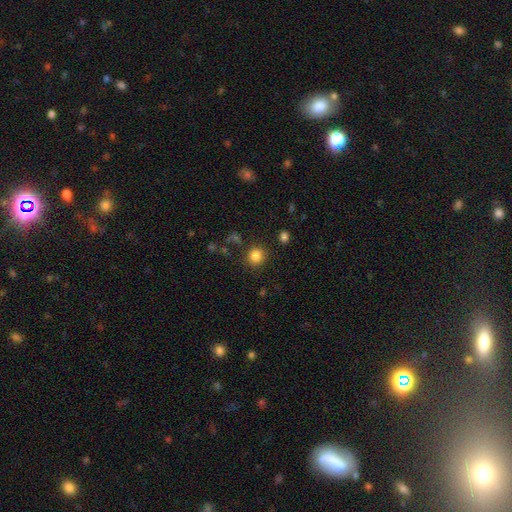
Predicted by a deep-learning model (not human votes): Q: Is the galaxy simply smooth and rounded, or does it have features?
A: smooth — 83%.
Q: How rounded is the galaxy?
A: round — 88%.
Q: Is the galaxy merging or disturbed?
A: none — 86%.